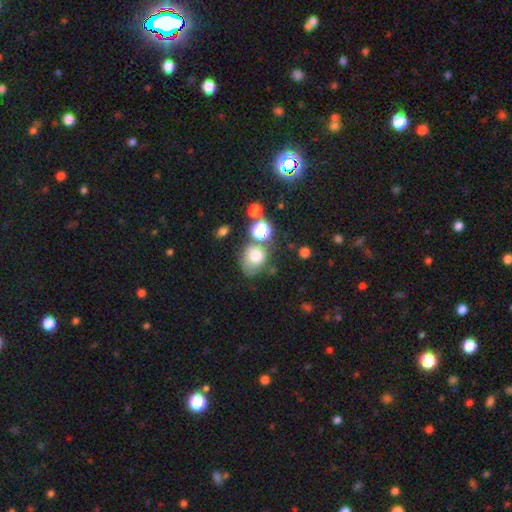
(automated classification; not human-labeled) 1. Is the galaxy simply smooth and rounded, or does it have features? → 70% smooth, 15% star or artifact, 14% featured or disk.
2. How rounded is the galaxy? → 57% round, 42% in between, 1% cigar-shaped.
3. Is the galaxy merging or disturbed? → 45% none, 23% minor disturbance, 18% merger, 13% major disturbance.